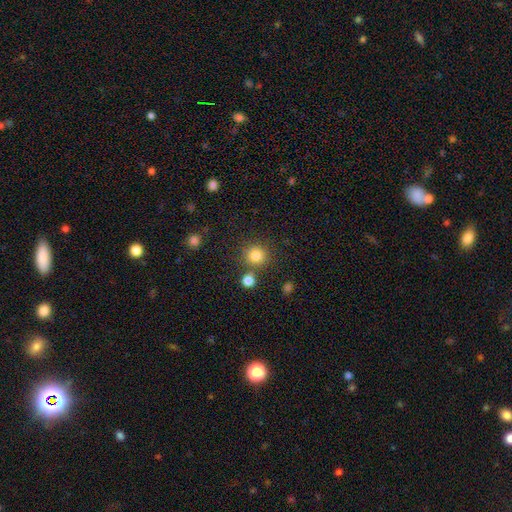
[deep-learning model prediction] This appears to be a smooth galaxy with no disk features (82%) that is round (91%). Merging: none (77%).